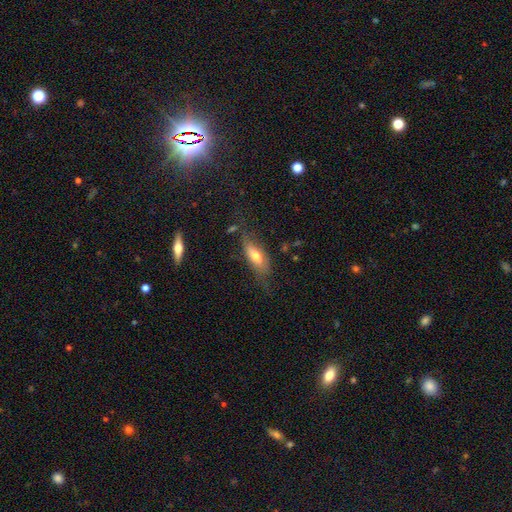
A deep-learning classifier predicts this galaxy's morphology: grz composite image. It shows a smooth galaxy with no disk features (62%) that is in between round and cigar-shaped (68%). Merging: none (59%).